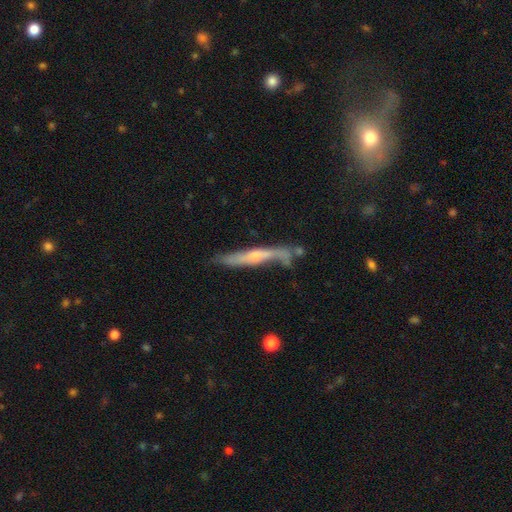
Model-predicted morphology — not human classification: Smooth or featured: featured or disk — 62% (smooth — 32%)
Edge-on disk: yes — 79% (no — 21%)
Merging: none — 50% (minor disturbance — 28%)